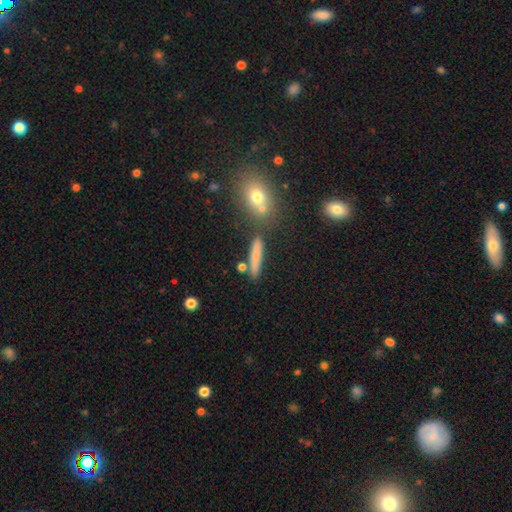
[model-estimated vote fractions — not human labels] Overall: smooth (69%). How rounded: cigar-shaped (85%). Merging: none (75%).